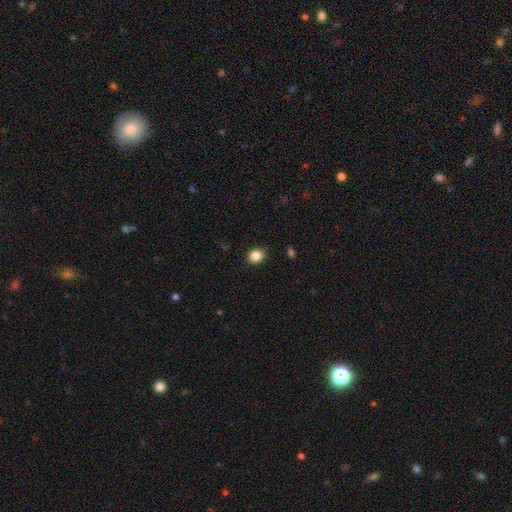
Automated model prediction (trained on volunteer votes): Morphology: type=smooth (86%); roundness=round (74%); merging=none (91%).